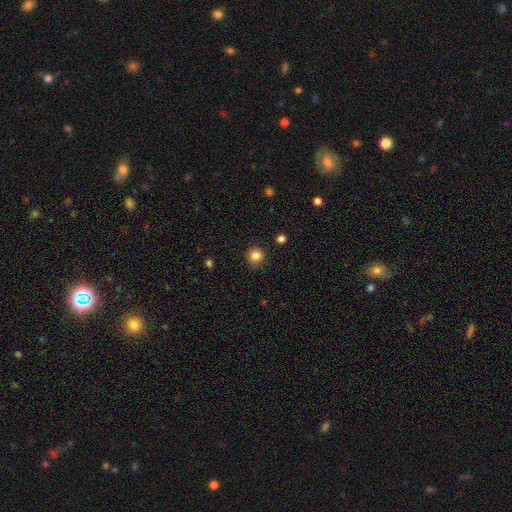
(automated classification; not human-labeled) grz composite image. It shows a smooth galaxy with no disk features (83%) that is round (91%). Merging: none (88%).